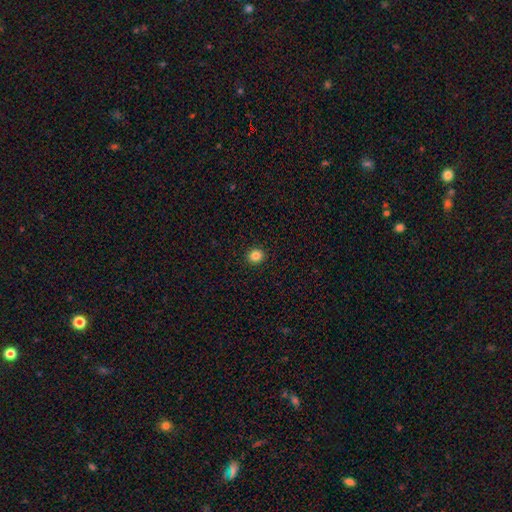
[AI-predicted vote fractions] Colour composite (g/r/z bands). It shows a smooth galaxy with no disk features (84%) that is round (87%). Merging: none (93%).